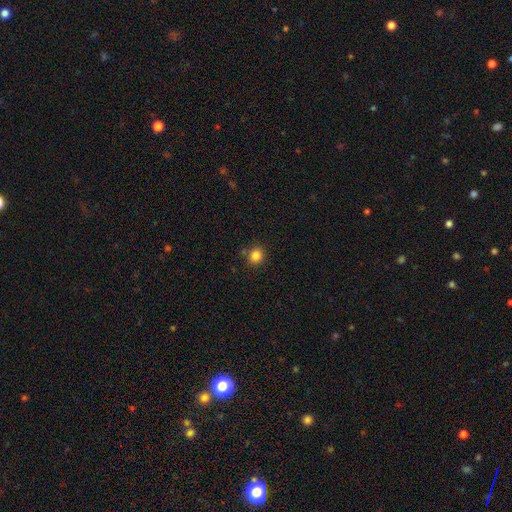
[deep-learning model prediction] A smooth galaxy with no disk features (83%) that is round (89%).

Vote fractions:
- Smooth or featured? smooth: 83% / star or artifact: 12% / featured or disk: 4%
- How rounded? round: 89% / in between: 10% / cigar-shaped: 1%
- Merging? none: 85% / minor disturbance: 9% / merger: 4% / major disturbance: 2%